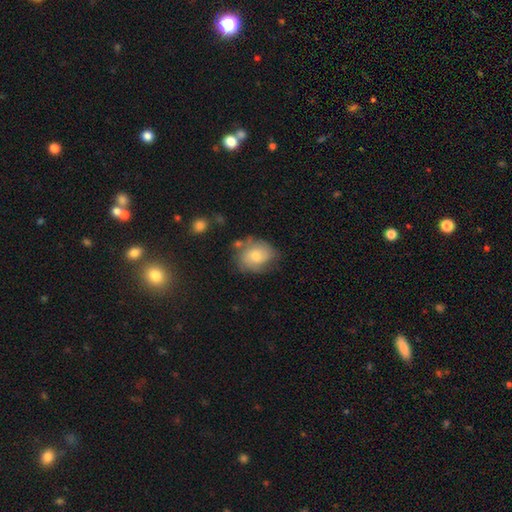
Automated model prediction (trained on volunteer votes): The model was most divided on "how rounded": round: 55%, in between: 44%, cigar-shaped: 1%. More confident: merging — none (58%); smooth or featured — smooth (54%).